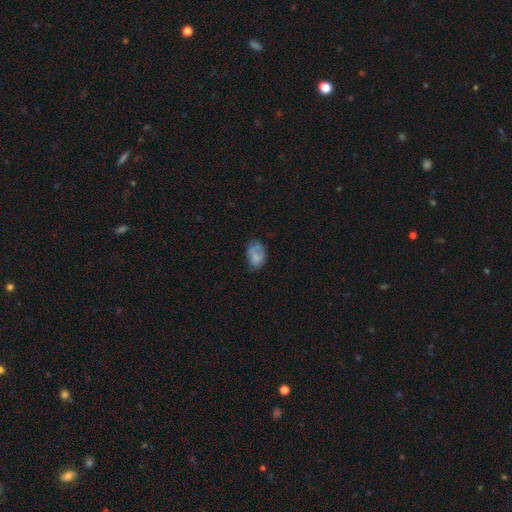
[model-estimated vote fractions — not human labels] Overall: smooth (67%). How rounded: in between (83%). Merging: none (50%; minor disturbance 32%).